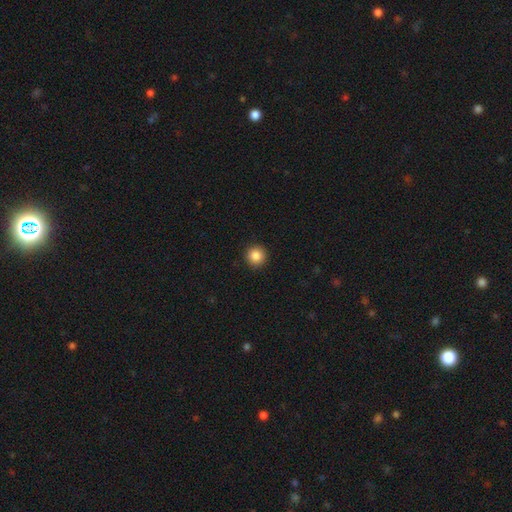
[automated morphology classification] Smooth or featured: smooth — 86% (star or artifact — 10%)
How rounded: round — 95% (in between — 4%)
Merging: none — 93% (minor disturbance — 5%)